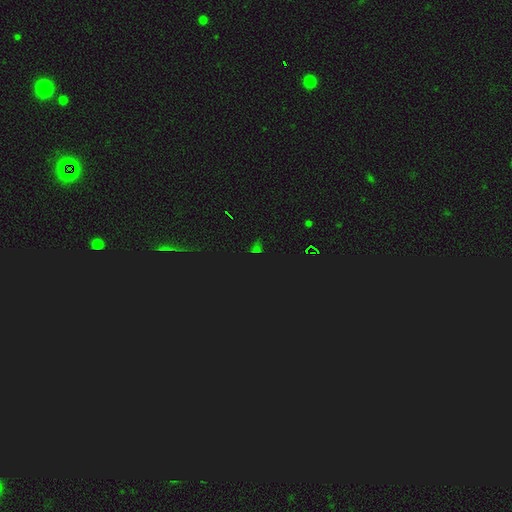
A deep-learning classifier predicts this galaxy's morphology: A star or artifact, not a galaxy (74%).